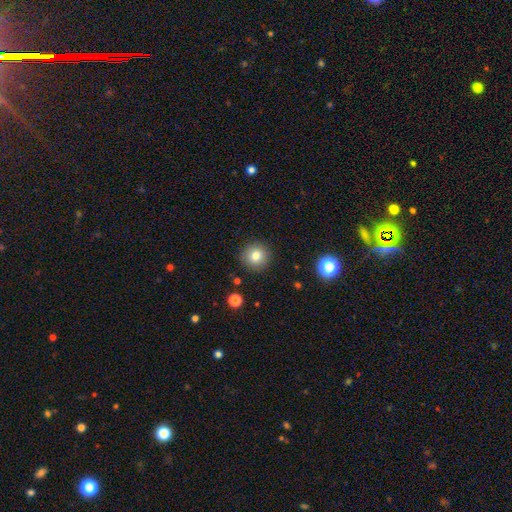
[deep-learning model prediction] smooth-or-featured: smooth: 80% | star or artifact: 12% | featured or disk: 9%
  how-rounded: round: 94% | in between: 5% | cigar-shaped: 1%
  merging: none: 90% | minor disturbance: 6% | major disturbance: 2% | merger: 1%